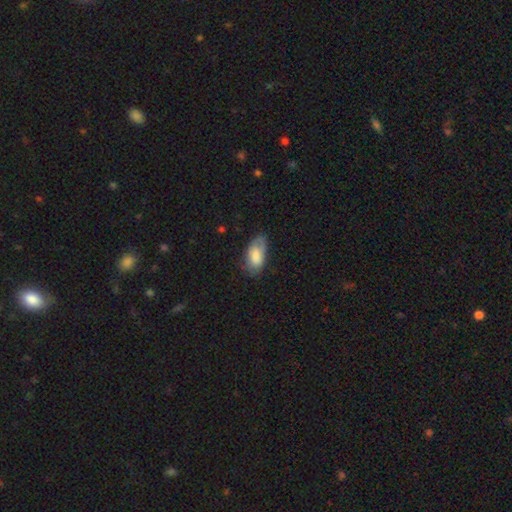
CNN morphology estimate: Q: Smooth or featured?
A: smooth (73%); runner-up: featured or disk (21%)
Q: How rounded?
A: in between (92%); runner-up: cigar-shaped (5%)
Q: Merging?
A: none (55%); runner-up: minor disturbance (32%)